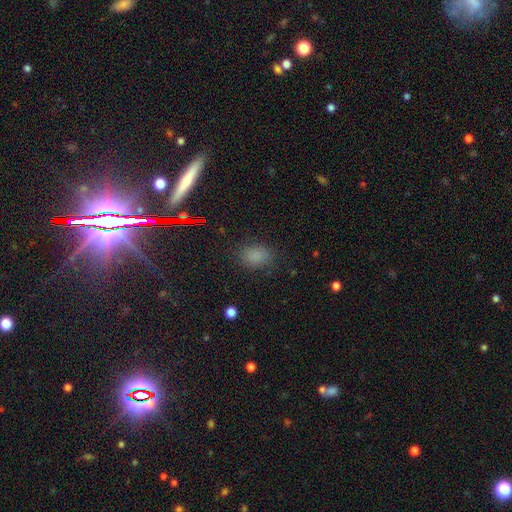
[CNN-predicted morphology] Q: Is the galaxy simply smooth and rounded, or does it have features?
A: smooth — 78%.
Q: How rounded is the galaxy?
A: in between — 69%.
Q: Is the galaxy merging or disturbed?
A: none — 81%.